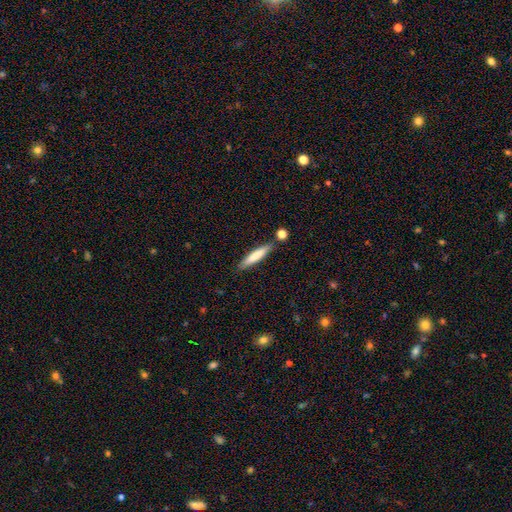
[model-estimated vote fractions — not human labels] Smooth or featured? smooth (75%)
How rounded? cigar-shaped (89%)
Merging? none (79%)